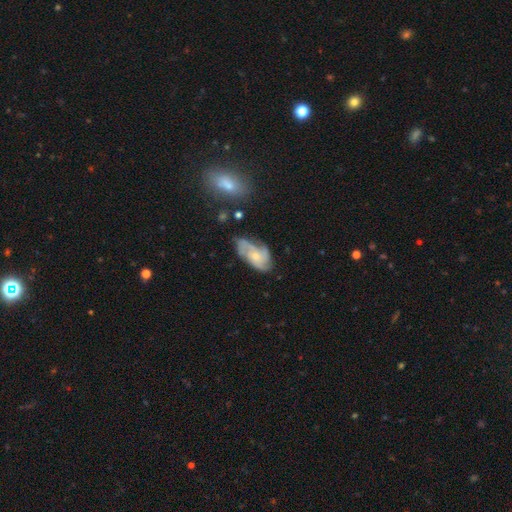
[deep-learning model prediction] The model was most divided on "spiral winding": medium: 45%, tight: 37%, loose: 18%. Remaining: edge-on disk — no (96%); spiral arms — yes (91%); bar — no (76%); smooth or featured — featured or disk (72%); merging — none (56%); bulge size — small (56%); spiral arm count — 3 (43%).